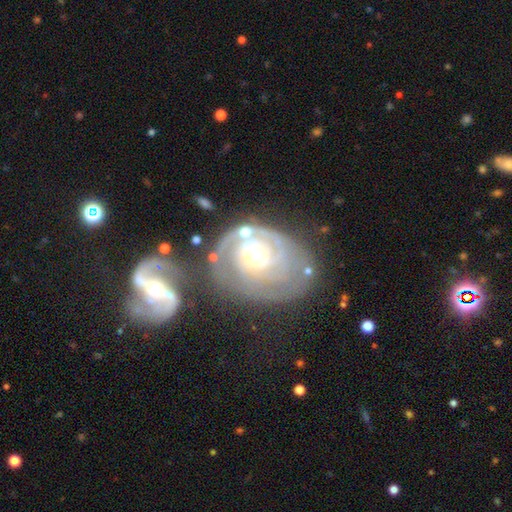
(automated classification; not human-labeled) Smooth or featured?
  - featured or disk: 84% *
  - smooth: 11%
  - star or artifact: 6%
Edge-on disk?
  - no: 97% *
  - yes: 3%
Bar?
  - no: 72% *
  - weak: 22%
  - strong: 7%
Spiral arms?
  - yes: 91% *
  - no: 9%
Spiral winding?
  - tight: 67% *
  - medium: 25%
  - loose: 8%
Spiral arm count?
  - 2: 39% *
  - can't tell: 31%
  - 3: 13%
  - 1: 8%
  - 4: 4%
  - more than 4: 4%
Bulge size?
  - moderate: 57% *
  - small: 36%
  - large: 5%
  - none: 1%
  - dominant: 1%
Merging?
  - none: 39% *
  - merger: 27%
  - minor disturbance: 18%
  - major disturbance: 15%